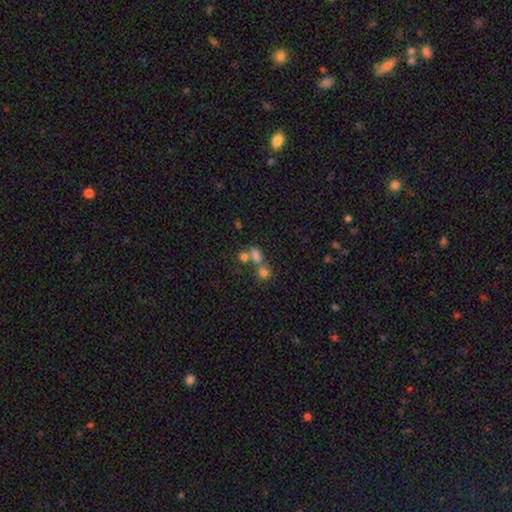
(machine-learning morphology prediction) Q: Smooth or featured?
A: smooth (71%); runner-up: star or artifact (17%)
Q: How rounded?
A: in between (54%); runner-up: round (43%)
Q: Merging?
A: merger (48%); runner-up: none (37%)